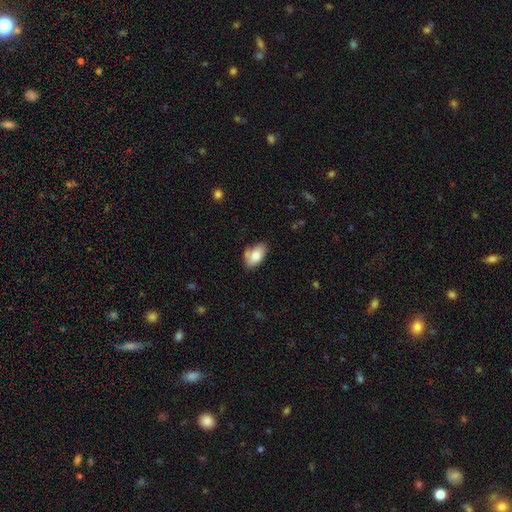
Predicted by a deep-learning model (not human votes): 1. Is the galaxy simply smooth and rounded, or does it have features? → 76% smooth, 17% featured or disk, 7% star or artifact.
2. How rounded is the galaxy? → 93% in between, 5% round, 2% cigar-shaped.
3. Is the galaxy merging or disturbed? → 61% none, 26% minor disturbance, 8% merger, 5% major disturbance.